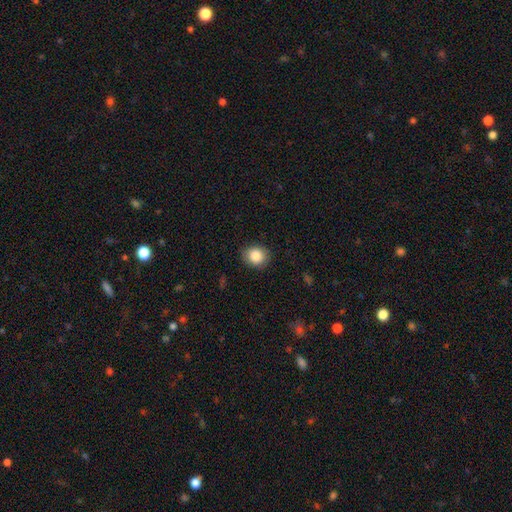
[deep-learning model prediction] Smooth or featured? Predicted: smooth (p=0.87). How rounded? Predicted: round (p=0.69). Merging? Predicted: none (p=0.84).